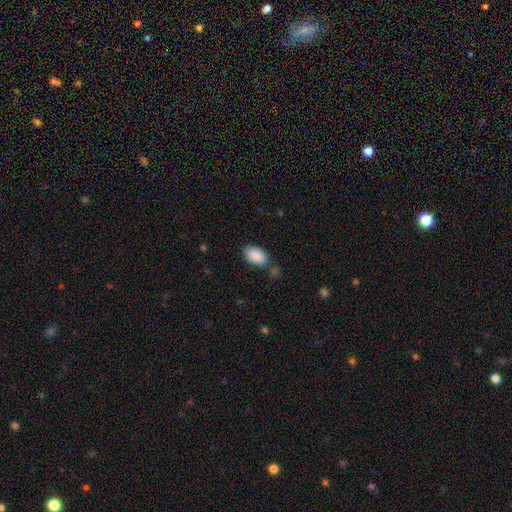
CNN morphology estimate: type=smooth (90%); roundness=in between (94%); merging=none (72%).